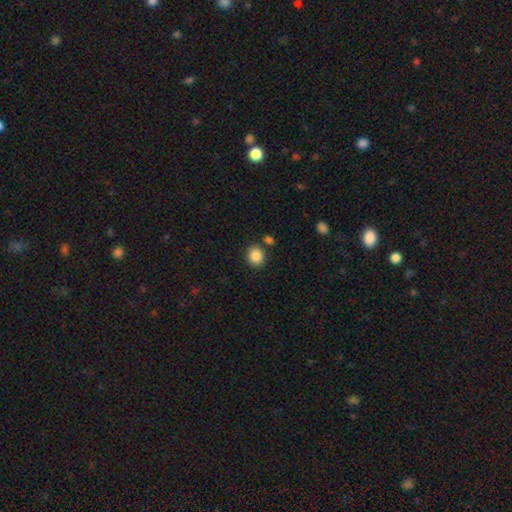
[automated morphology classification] Smooth or featured? smooth (87%)
How rounded? round (81%)
Merging? none (80%)